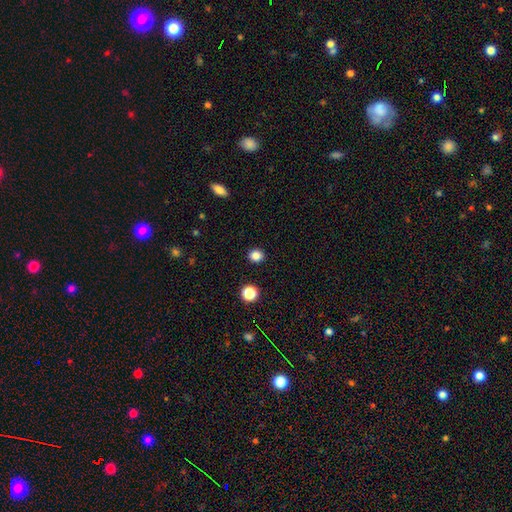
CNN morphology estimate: Q: Smooth or featured?
A: smooth (85%); runner-up: star or artifact (12%)
Q: How rounded?
A: round (81%); runner-up: in between (18%)
Q: Merging?
A: none (92%); runner-up: minor disturbance (5%)